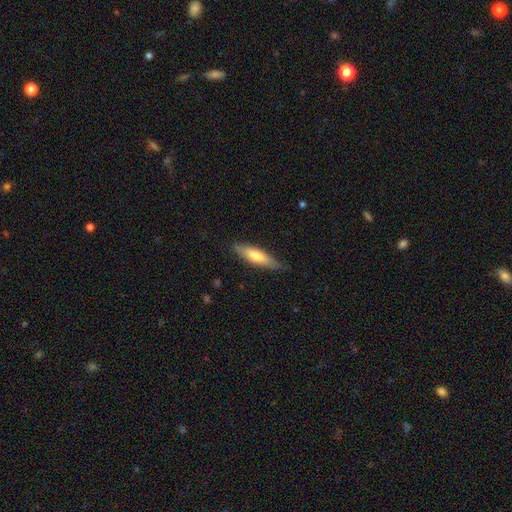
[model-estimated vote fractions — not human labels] A smooth galaxy with no disk features (67%) that is cigar-shaped (67%).

Vote fractions:
- Smooth or featured? smooth: 67% / featured or disk: 28% / star or artifact: 5%
- How rounded? cigar-shaped: 67% / in between: 31% / round: 2%
- Merging? none: 79% / minor disturbance: 16% / major disturbance: 3% / merger: 1%